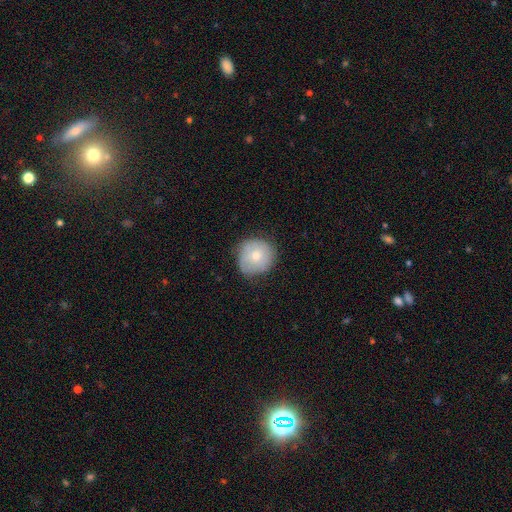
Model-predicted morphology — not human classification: A smooth galaxy with no disk features (69%) that is round (92%).

Vote fractions:
- Smooth or featured? smooth: 69% / featured or disk: 24% / star or artifact: 7%
- How rounded? round: 92% / in between: 7% / cigar-shaped: 1%
- Merging? none: 73% / minor disturbance: 21% / major disturbance: 5% / merger: 1%